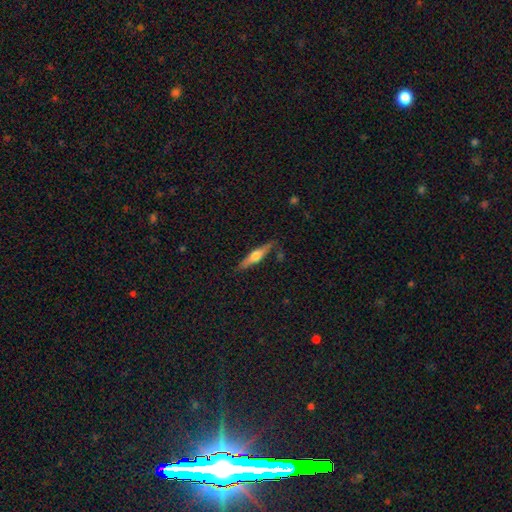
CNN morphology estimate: Smooth or featured?
  - featured or disk: 59% *
  - smooth: 36%
  - star or artifact: 6%
Edge-on disk?
  - yes: 95% *
  - no: 5%
Edge-on bulge?
  - rounded: 91% *
  - boxy: 5%
  - none: 4%
Merging?
  - none: 82% *
  - minor disturbance: 13%
  - major disturbance: 3%
  - merger: 3%